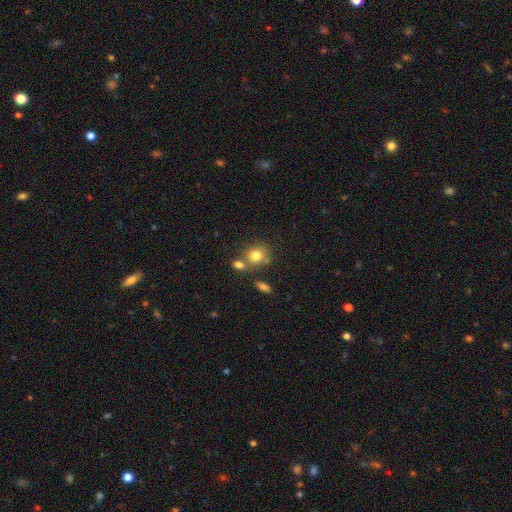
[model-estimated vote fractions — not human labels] A smooth galaxy with no disk features (79%) that is round (65%). Merging: none (54%).